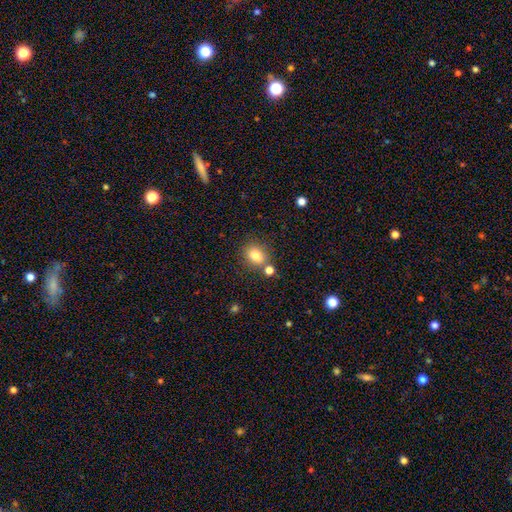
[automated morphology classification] Smooth or featured?
  - smooth: 80% *
  - star or artifact: 11%
  - featured or disk: 9%
How rounded?
  - round: 57% *
  - in between: 41%
  - cigar-shaped: 1%
Merging?
  - none: 71% *
  - merger: 15%
  - minor disturbance: 11%
  - major disturbance: 3%